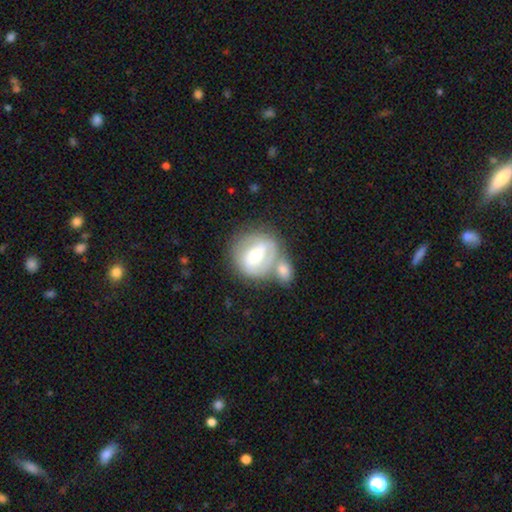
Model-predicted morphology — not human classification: smooth_or_featured: featured or disk (p=0.60) [alt: smooth p=0.34]
disk_edge_on: no (p=0.96) [alt: yes p=0.04]
bar: weak (p=0.40) [alt: no p=0.33]
has_spiral_arms: yes (p=0.58) [alt: no p=0.42]
bulge_size: moderate (p=0.66) [alt: small p=0.26]
merging: merger (p=0.40) [alt: none p=0.39]